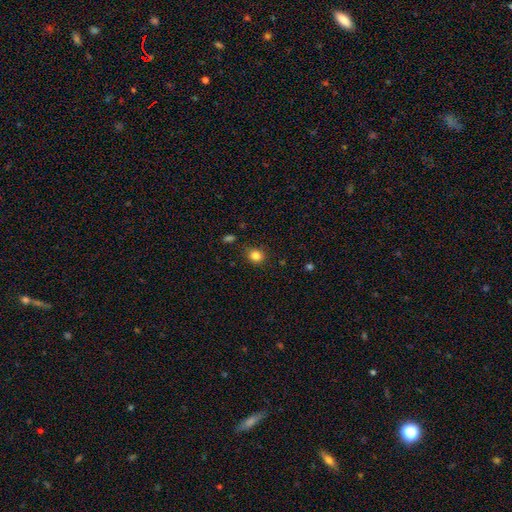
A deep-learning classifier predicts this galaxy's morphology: This is clearly a smooth galaxy (84%). How rounded: likely round (74%). Merging: clearly none (83%).